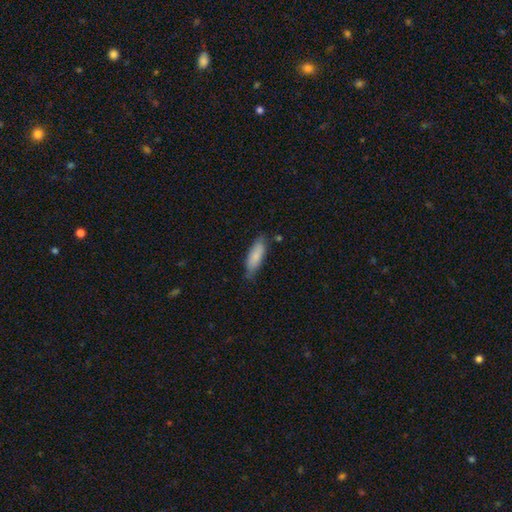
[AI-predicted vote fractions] This appears to be a smooth galaxy with no disk features (81%) that is in between round and cigar-shaped (55%). Merging: none (72%).